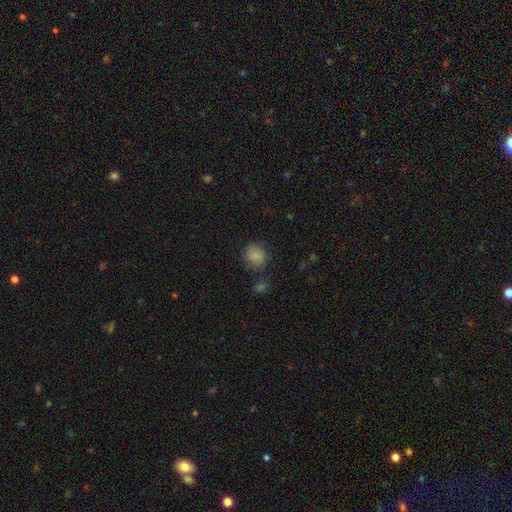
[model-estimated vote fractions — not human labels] This is clearly a smooth galaxy (83%). How rounded: likely round (75%). Merging: likely none (71%).